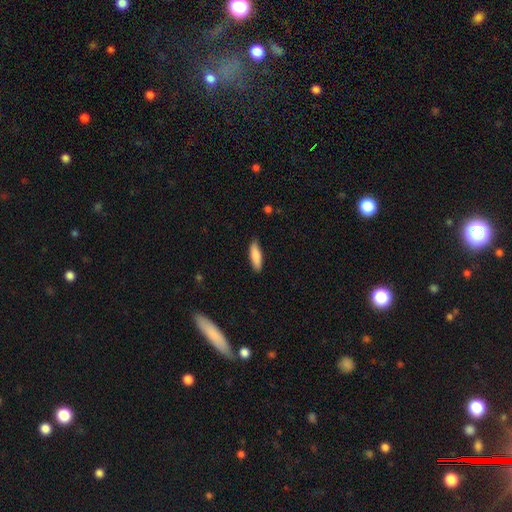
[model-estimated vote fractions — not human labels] smooth_or_featured: smooth (p=0.84) [alt: featured or disk p=0.10]
how_rounded: cigar-shaped (p=0.53) [alt: in between p=0.45]
merging: none (p=0.86) [alt: minor disturbance p=0.11]